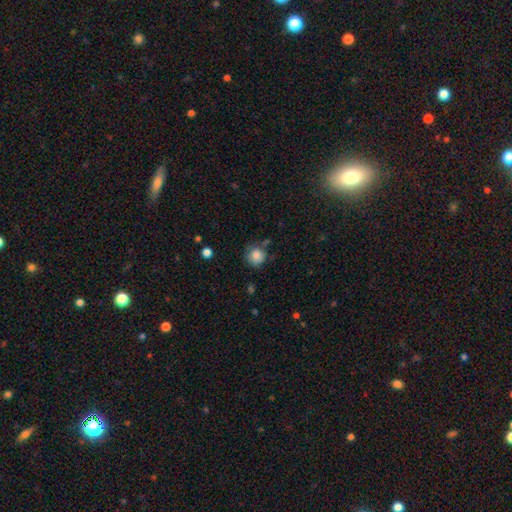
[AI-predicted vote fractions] Overall: smooth (84%). How rounded: round (88%). Merging: none (70%).